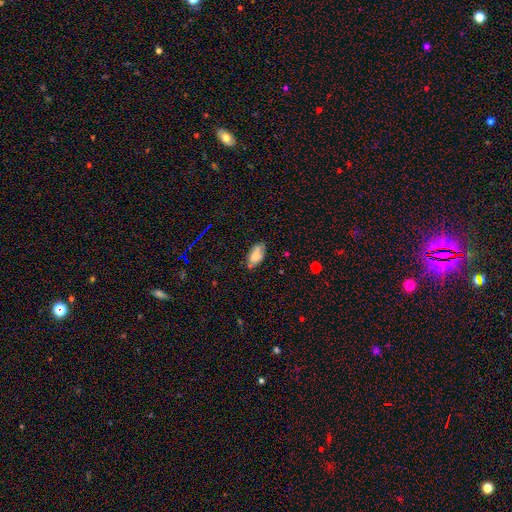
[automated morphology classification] Smooth or featured?
  - smooth: 67% *
  - featured or disk: 23%
  - star or artifact: 10%
How rounded?
  - in between: 91% *
  - cigar-shaped: 4%
  - round: 4%
Merging?
  - none: 64% *
  - minor disturbance: 25%
  - major disturbance: 6%
  - merger: 4%